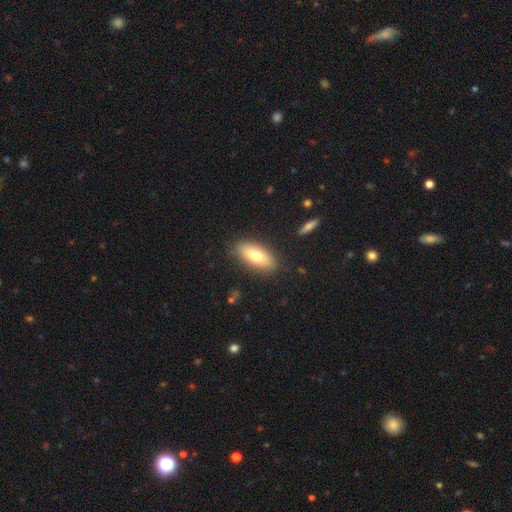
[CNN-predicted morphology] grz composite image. It shows a smooth galaxy with no disk features (74%) that is in between round and cigar-shaped (84%). Merging: none (85%).